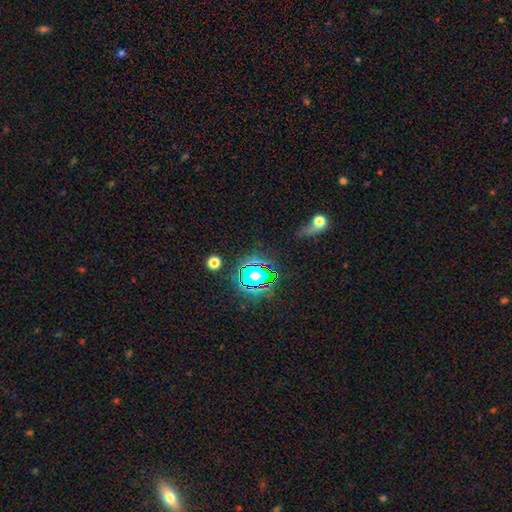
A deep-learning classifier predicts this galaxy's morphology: Smooth or featured: star or artifact — 73% (smooth — 16%)